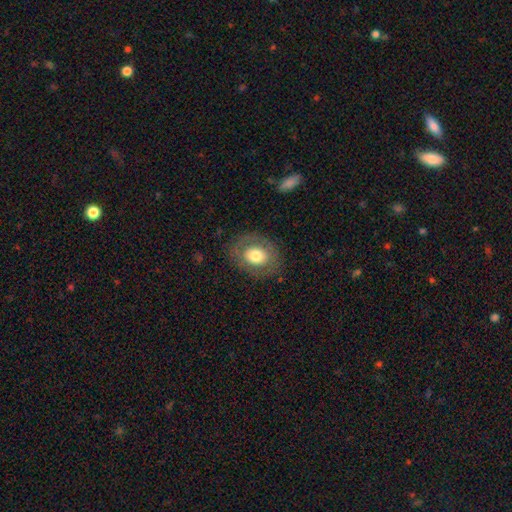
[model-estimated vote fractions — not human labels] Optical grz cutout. It shows a smooth galaxy with no disk features (62%) that is in between round and cigar-shaped (52%). Merging: none (79%).